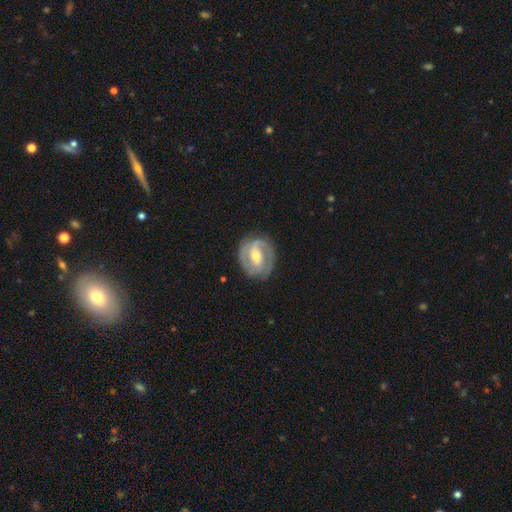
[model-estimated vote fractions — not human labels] Overall: featured or disk (85%). Edge-on disk: no (97%). Bar: strong (42%; weak 40%). Spiral arms: yes (92%). Spiral arm count: 2 (80%). Spiral winding: tight (56%; medium 36%). Bulge size: moderate (59%; small 35%). Merging: none (81%).